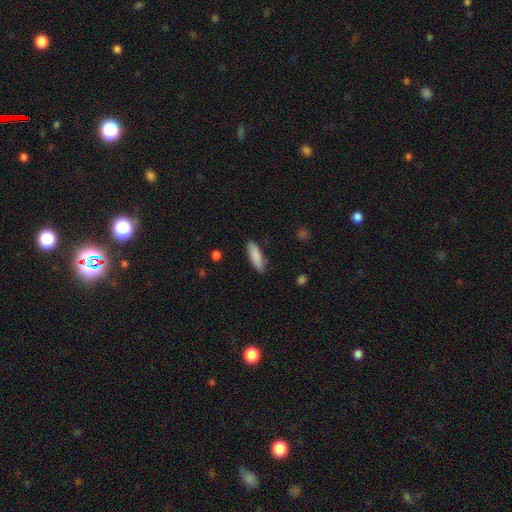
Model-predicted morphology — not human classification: smooth-or-featured: smooth: 86% | featured or disk: 9% | star or artifact: 6%
  how-rounded: cigar-shaped: 49% (tied) | in between: 49% (tied) | round: 2%
  merging: none: 83% | minor disturbance: 13% | major disturbance: 2% | merger: 1%